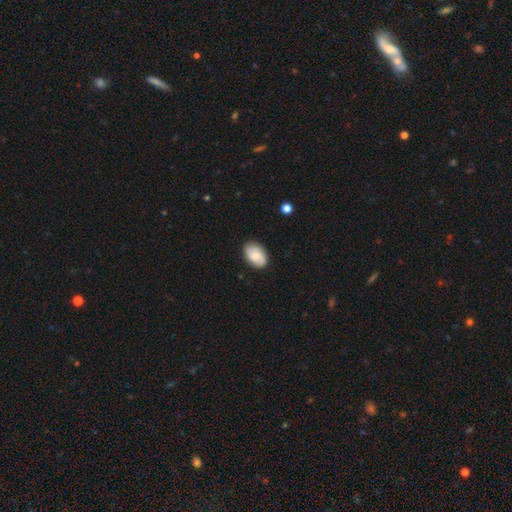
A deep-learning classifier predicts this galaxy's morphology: smooth_or_featured: smooth (p=0.60) [alt: featured or disk p=0.32]
how_rounded: in between (p=0.87) [alt: round p=0.12]
merging: none (p=0.83) [alt: minor disturbance p=0.13]